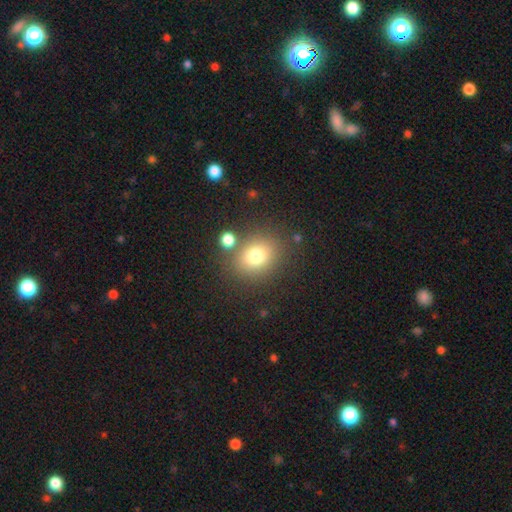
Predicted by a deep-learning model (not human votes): The model was most divided on "how rounded": round: 62%, in between: 37%, cigar-shaped: 1%. More confident: merging — none (77%); smooth or featured — smooth (76%).